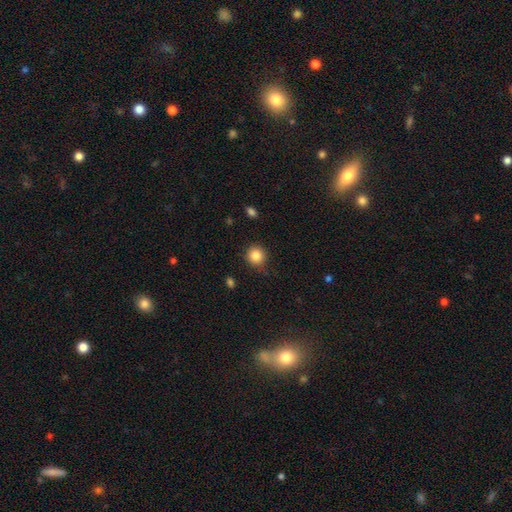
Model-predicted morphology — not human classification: Smooth or featured: smooth — 85% (star or artifact — 10%)
How rounded: round — 92% (in between — 7%)
Merging: none — 83% (minor disturbance — 12%)